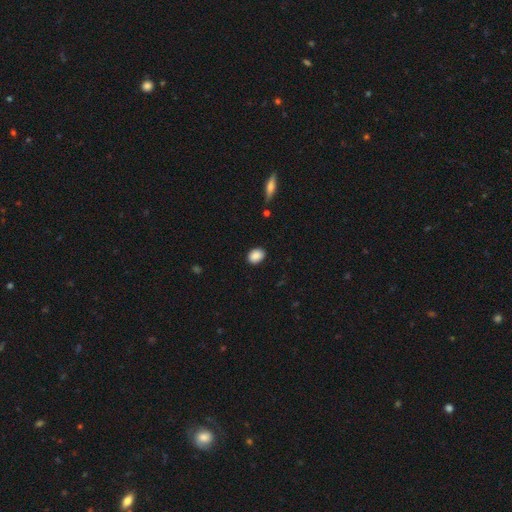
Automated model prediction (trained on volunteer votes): This is clearly a smooth galaxy (88%). How rounded: likely in between (64%). Merging: clearly none (87%).